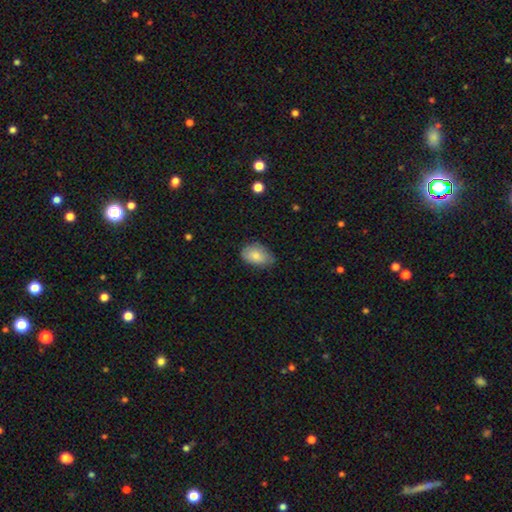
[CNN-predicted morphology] smooth_or_featured: smooth (p=0.82) [alt: featured or disk p=0.11]
how_rounded: in between (p=0.89) [alt: round p=0.10]
merging: none (p=0.68) [alt: minor disturbance p=0.27]